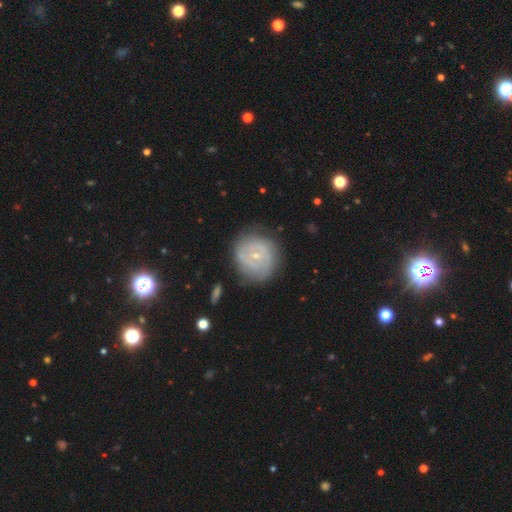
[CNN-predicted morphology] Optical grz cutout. It shows a featured or disk galaxy (65%) with no bar (59%), spiral arms (70%) and a small central bulge (74%). Merging: none (73%).